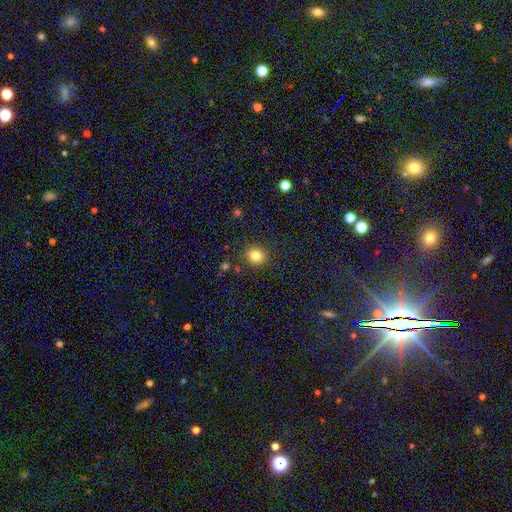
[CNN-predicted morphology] smooth_or_featured: smooth (p=0.82) [alt: star or artifact p=0.12]
how_rounded: round (p=0.82) [alt: in between p=0.18]
merging: none (p=0.88) [alt: minor disturbance p=0.08]